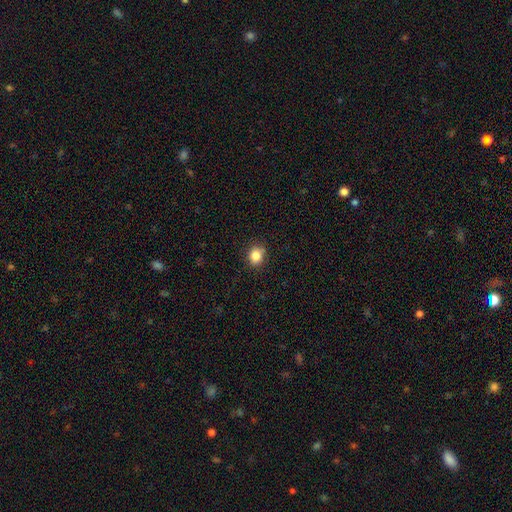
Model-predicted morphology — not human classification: This appears to be a smooth galaxy with no disk features (85%) that is round (66%). Merging: none (87%).